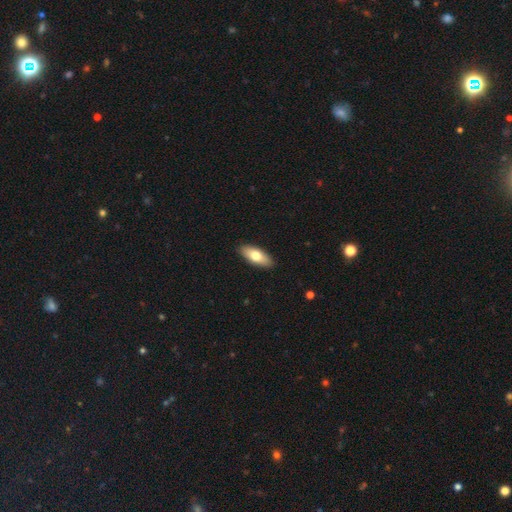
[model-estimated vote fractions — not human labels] Smooth or featured?
  - smooth: 74% *
  - featured or disk: 21%
  - star or artifact: 6%
How rounded?
  - in between: 81% *
  - cigar-shaped: 17%
  - round: 2%
Merging?
  - none: 90% *
  - minor disturbance: 7%
  - major disturbance: 2%
  - merger: 1%